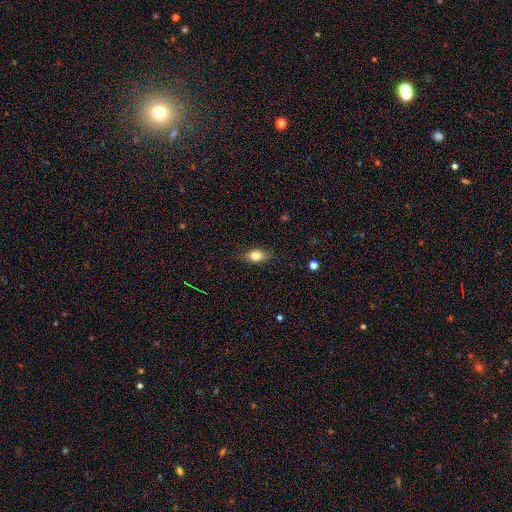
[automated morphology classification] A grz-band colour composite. It shows a smooth galaxy with no disk features (78%) that is in between round and cigar-shaped (78%). Merging: none (83%).